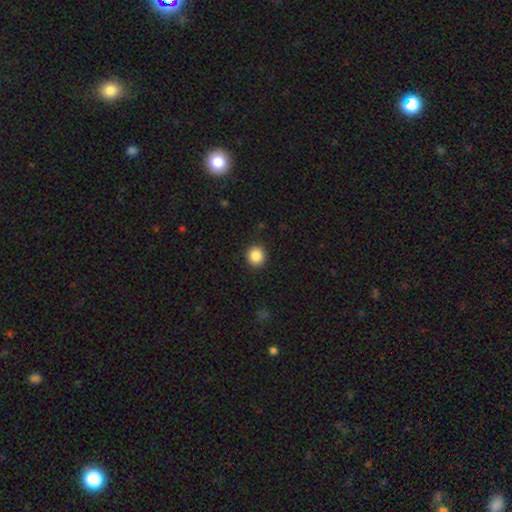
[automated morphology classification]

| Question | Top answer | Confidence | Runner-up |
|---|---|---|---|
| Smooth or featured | smooth | 87% | star or artifact (10%) |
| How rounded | round | 92% | in between (7%) |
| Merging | none | 91% | minor disturbance (6%) |